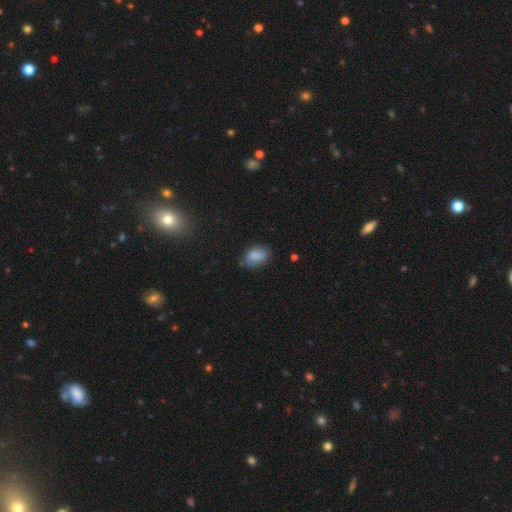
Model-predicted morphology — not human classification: Q: Smooth or featured?
A: smooth (79%); runner-up: featured or disk (13%)
Q: How rounded?
A: in between (81%); runner-up: round (18%)
Q: Merging?
A: none (65%); runner-up: minor disturbance (26%)